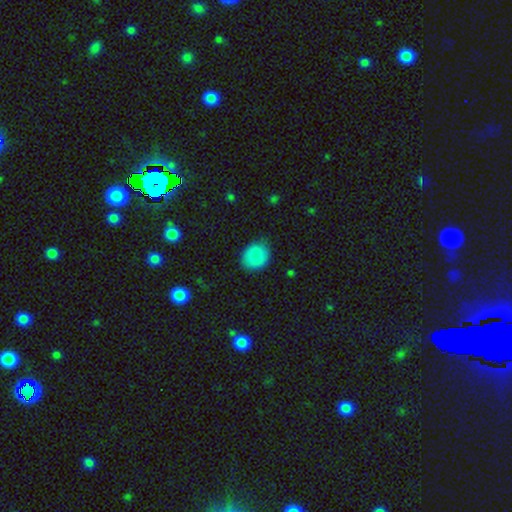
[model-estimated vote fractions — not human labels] Smooth or featured: smooth — 85% (star or artifact — 8%)
How rounded: round — 66% (in between — 33%)
Merging: none — 75% (minor disturbance — 20%)